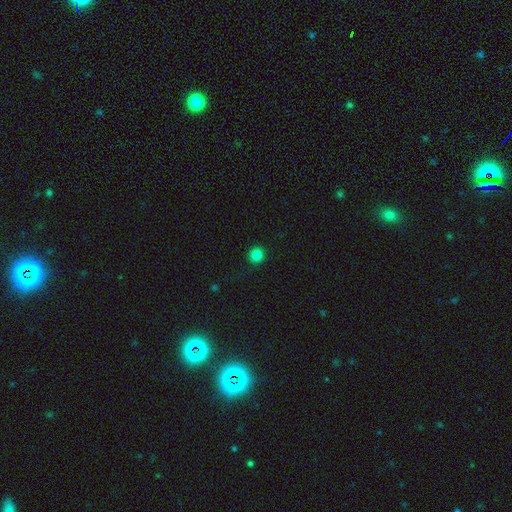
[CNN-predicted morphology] This appears to be a smooth galaxy with no disk features (84%) that is round (93%). Merging: none (90%).